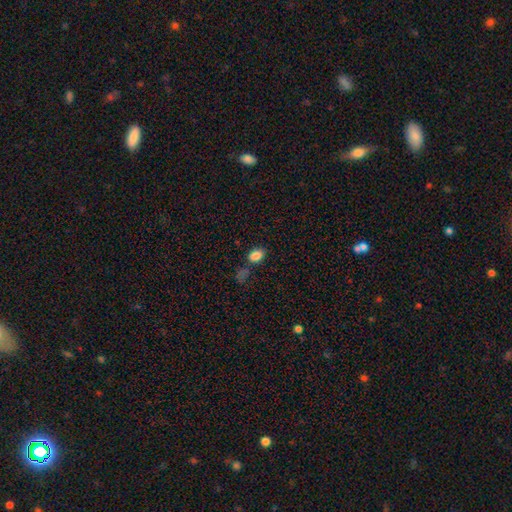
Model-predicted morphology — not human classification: Smooth or featured: smooth — 83% (star or artifact — 12%)
How rounded: in between — 81% (round — 17%)
Merging: none — 73% (minor disturbance — 13%)